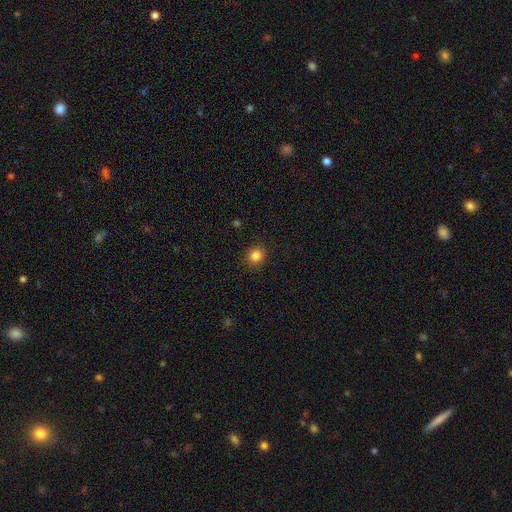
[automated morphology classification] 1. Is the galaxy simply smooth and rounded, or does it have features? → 84% smooth, 12% star or artifact, 4% featured or disk.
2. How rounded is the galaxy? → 84% round, 15% in between, 1% cigar-shaped.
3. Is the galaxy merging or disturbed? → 91% none, 6% minor disturbance, 2% major disturbance, 1% merger.